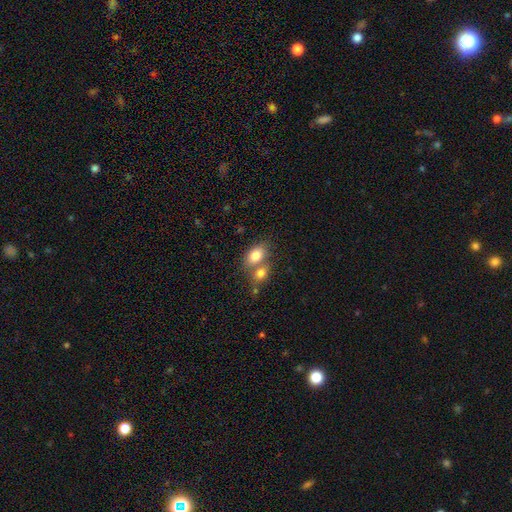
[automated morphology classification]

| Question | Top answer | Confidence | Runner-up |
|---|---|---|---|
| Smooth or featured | smooth | 80% | featured or disk (12%) |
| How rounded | in between | 84% | round (14%) |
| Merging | merger | 50% | none (37%) |